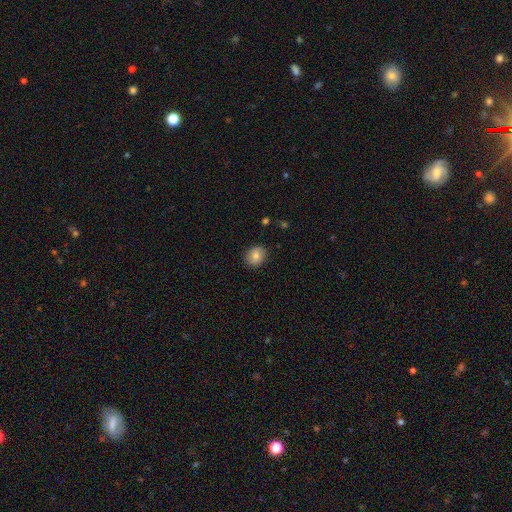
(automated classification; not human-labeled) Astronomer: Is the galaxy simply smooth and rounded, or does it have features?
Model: smooth — 82%.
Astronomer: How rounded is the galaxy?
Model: round — 70%.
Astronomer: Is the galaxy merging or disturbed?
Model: none — 89%.